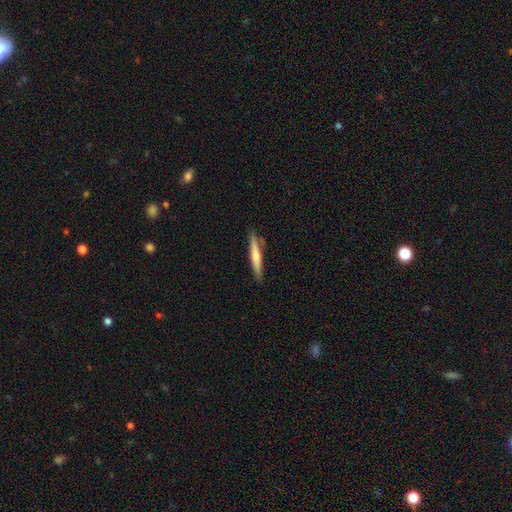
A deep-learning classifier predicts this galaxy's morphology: smooth 58%, featured or disk 36%, star or artifact 5%. Down the decision tree: how rounded — cigar-shaped (93%); merging — none (83%).